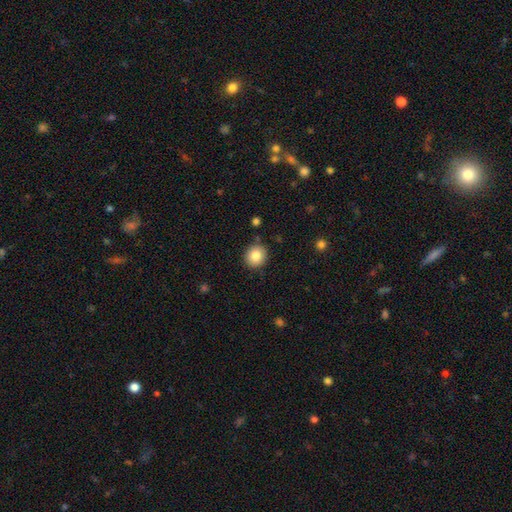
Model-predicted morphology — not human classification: This appears to be a smooth galaxy with no disk features (84%) that is round (88%). Merging: none (88%).